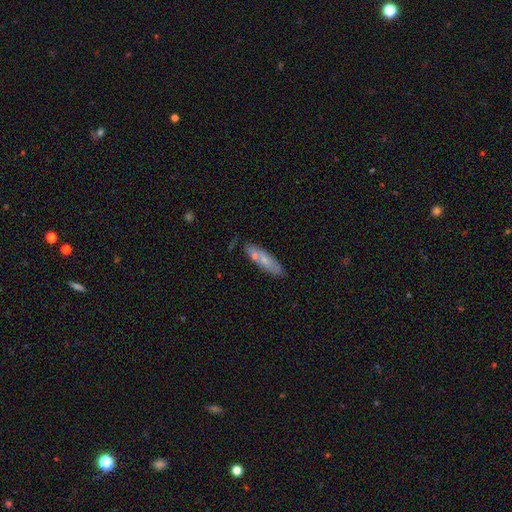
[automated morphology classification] type=smooth (65%); roundness=cigar-shaped (64%); merging=none (71%).